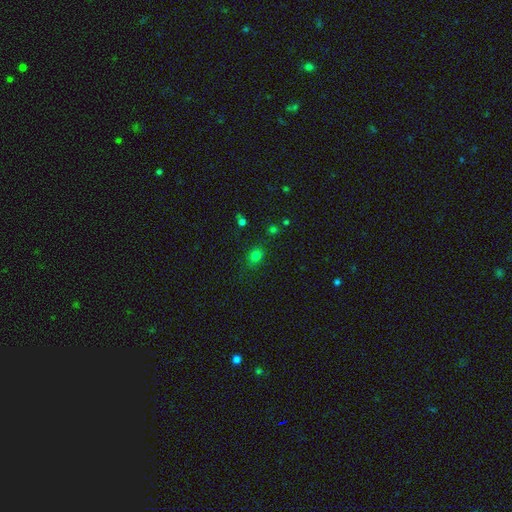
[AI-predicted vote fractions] A smooth galaxy with no disk features (75%) that is round (51%). Merging: none (80%).